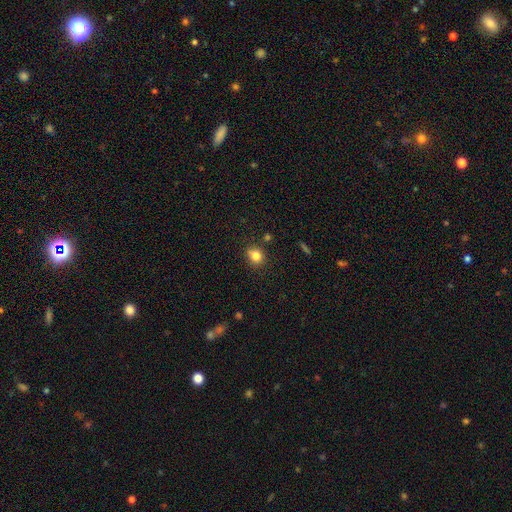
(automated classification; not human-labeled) The model was most divided on "how rounded": round: 71%, in between: 28%, cigar-shaped: 1%. More confident: smooth or featured — smooth (81%); merging — none (80%).